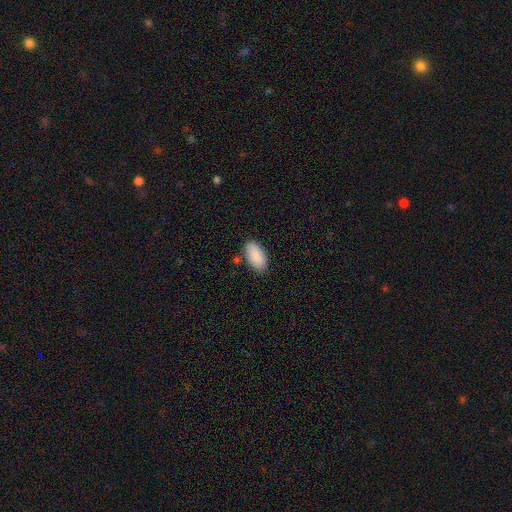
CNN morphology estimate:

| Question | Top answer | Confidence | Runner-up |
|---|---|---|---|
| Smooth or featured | smooth | 90% | star or artifact (6%) |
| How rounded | in between | 94% | cigar-shaped (4%) |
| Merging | none | 82% | minor disturbance (12%) |